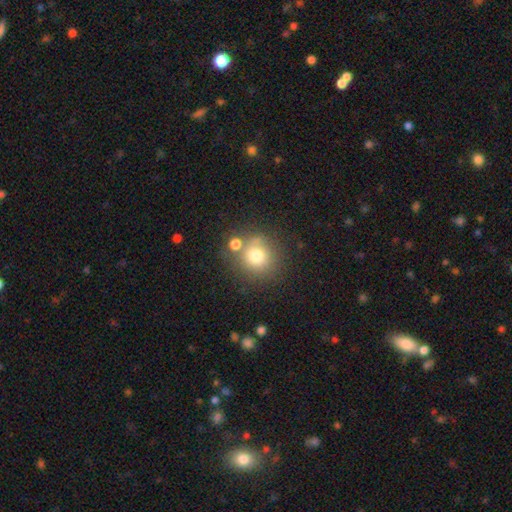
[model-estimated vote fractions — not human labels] Q: Smooth or featured?
A: smooth (75%); runner-up: star or artifact (13%)
Q: How rounded?
A: round (90%); runner-up: in between (9%)
Q: Merging?
A: none (66%); runner-up: merger (17%)